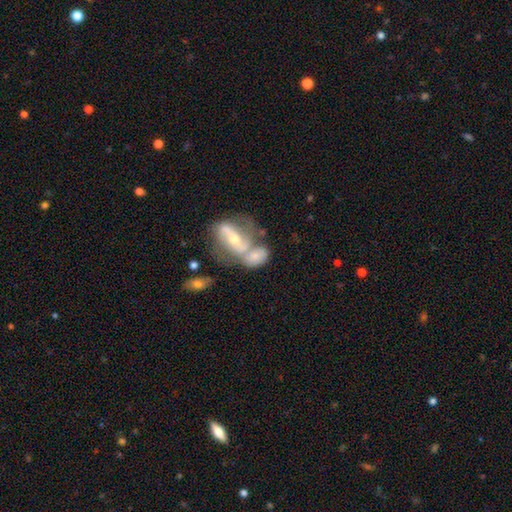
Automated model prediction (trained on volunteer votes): Smooth or featured?
  - featured or disk: 47% *
  - smooth: 45%
  - star or artifact: 8%
Merging?
  - merger: 59% *
  - none: 24%
  - minor disturbance: 10%
  - major disturbance: 7%